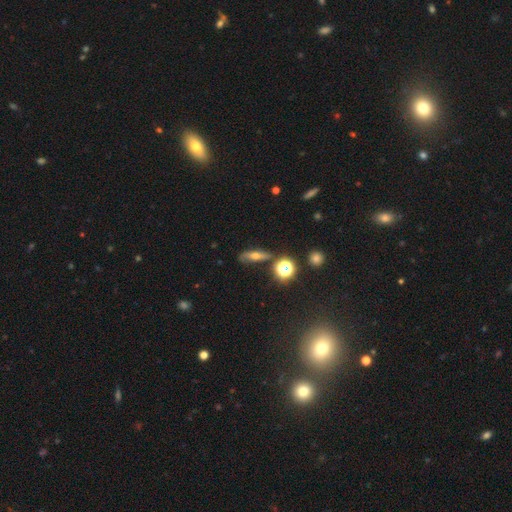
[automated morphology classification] Smooth or featured? Predicted: smooth (p=0.43). Merging? Predicted: none (p=0.76).